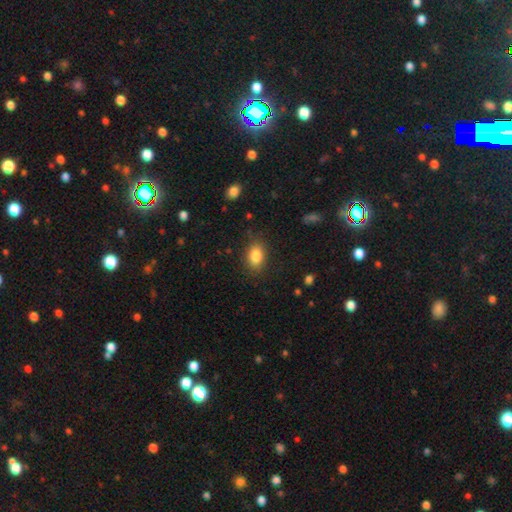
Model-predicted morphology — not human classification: This is clearly a smooth galaxy (85%). How rounded: clearly in between (85%). Merging: clearly none (83%).